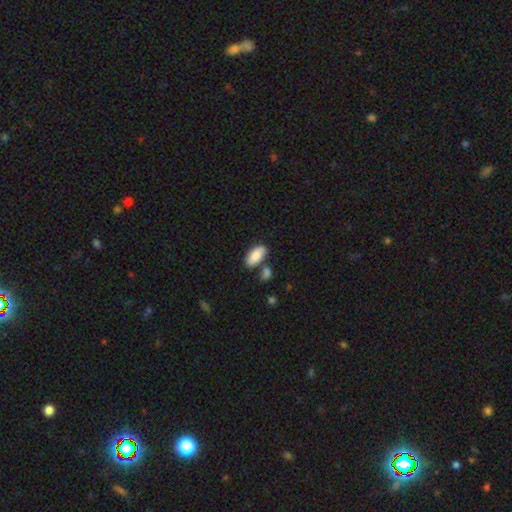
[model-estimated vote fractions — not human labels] A smooth galaxy with no disk features (85%) that is in between round and cigar-shaped (91%).

Vote fractions:
- Smooth or featured? smooth: 85% / featured or disk: 9% / star or artifact: 6%
- How rounded? in between: 91% / cigar-shaped: 6% / round: 2%
- Merging? none: 67% / minor disturbance: 15% / merger: 14% / major disturbance: 4%